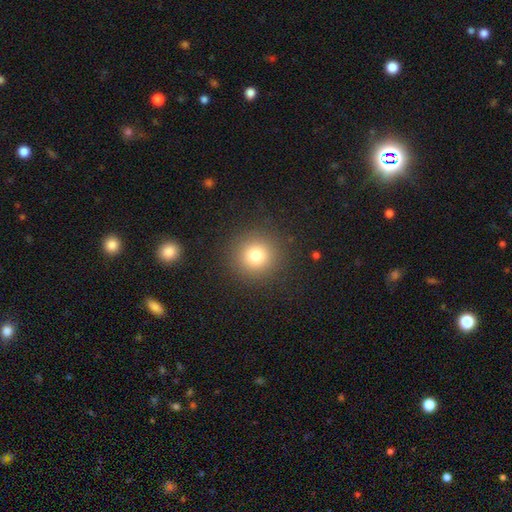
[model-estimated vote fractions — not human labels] Q: Smooth or featured?
A: smooth (77%); runner-up: star or artifact (14%)
Q: How rounded?
A: round (94%); runner-up: in between (5%)
Q: Merging?
A: none (90%); runner-up: minor disturbance (6%)